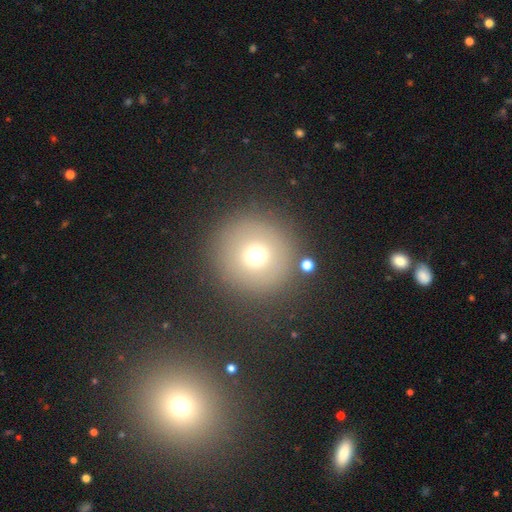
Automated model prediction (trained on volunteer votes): Smooth or featured? Predicted: smooth (p=0.70). How rounded? Predicted: round (p=0.95). Merging? Predicted: none (p=0.86).